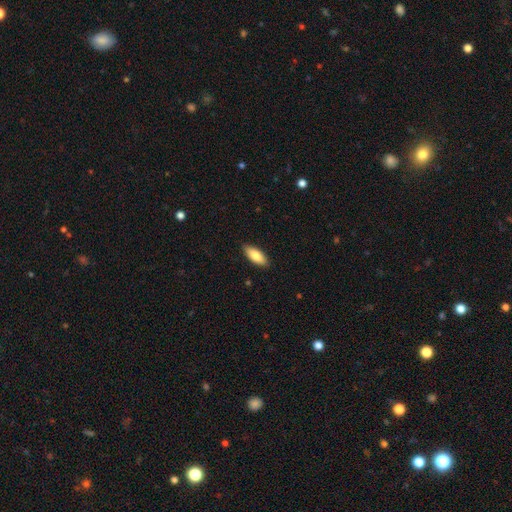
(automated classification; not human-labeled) Smooth or featured? Predicted: smooth (p=0.84). How rounded? Predicted: in between (p=0.78). Merging? Predicted: none (p=0.87).